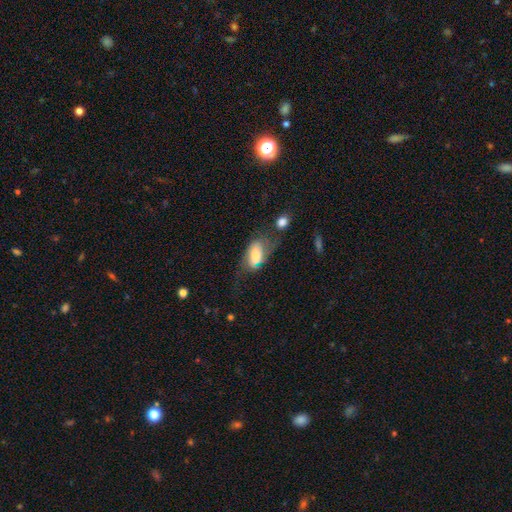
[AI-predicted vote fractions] A smooth galaxy with no disk features (63%) that is in between round and cigar-shaped (90%).

Vote fractions:
- Smooth or featured? smooth: 63% / featured or disk: 29% / star or artifact: 8%
- How rounded? in between: 90% / round: 5% / cigar-shaped: 5%
- Merging? none: 33% / major disturbance: 29% / minor disturbance: 27% / merger: 10%